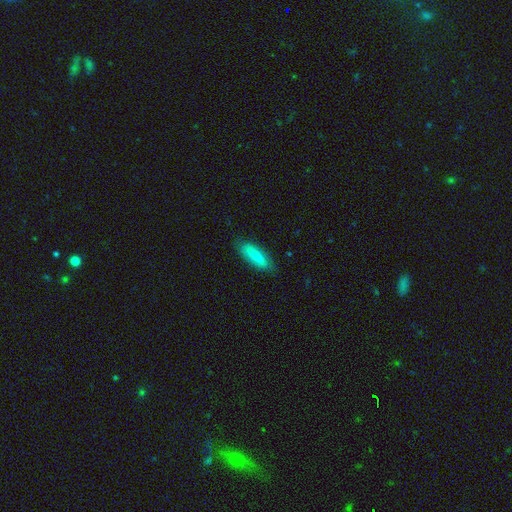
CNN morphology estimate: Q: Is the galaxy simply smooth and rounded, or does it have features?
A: smooth — 75%.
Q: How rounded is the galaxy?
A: cigar-shaped — 60%.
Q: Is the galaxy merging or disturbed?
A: none — 82%.